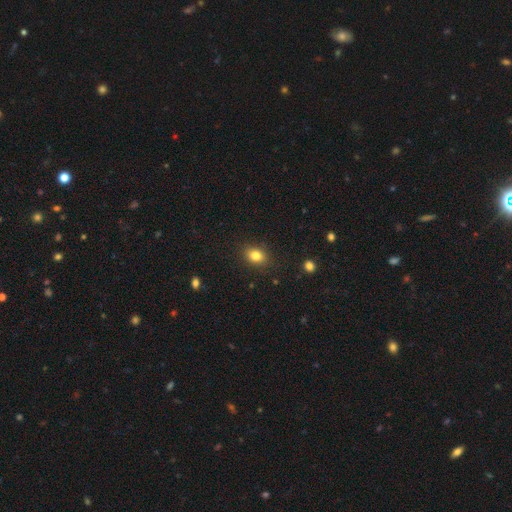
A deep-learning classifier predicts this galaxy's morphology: Smooth or featured?
  - smooth: 82% *
  - star or artifact: 11%
  - featured or disk: 7%
How rounded?
  - in between: 66% *
  - round: 33%
  - cigar-shaped: 1%
Merging?
  - none: 87% *
  - minor disturbance: 9%
  - major disturbance: 2%
  - merger: 1%